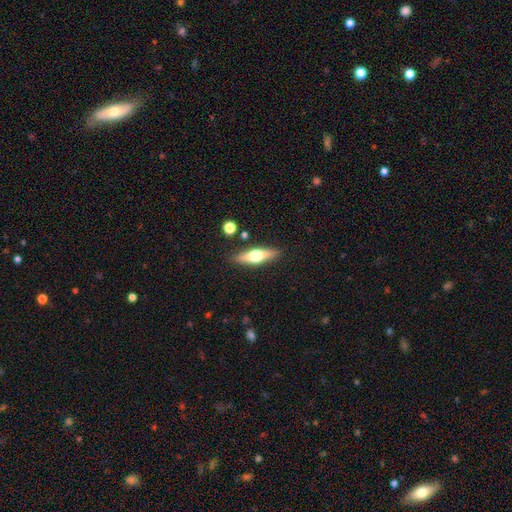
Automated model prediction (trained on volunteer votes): Smooth or featured? Predicted: featured or disk (p=0.51). Edge-on disk? Predicted: yes (p=0.91). Merging? Predicted: none (p=0.87).